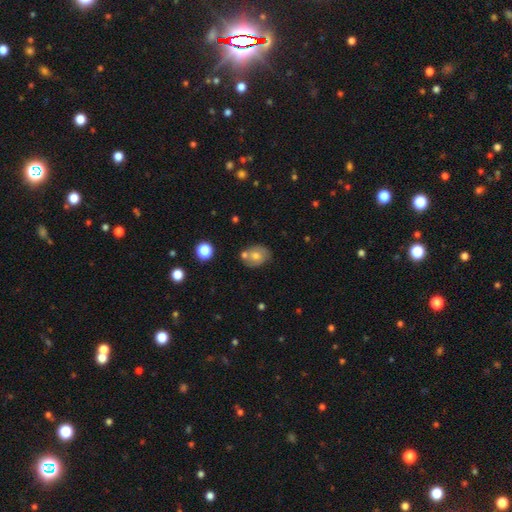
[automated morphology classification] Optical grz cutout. It shows a smooth galaxy with no disk features (56%) that is in between round and cigar-shaped (55%). Merging: none (60%).